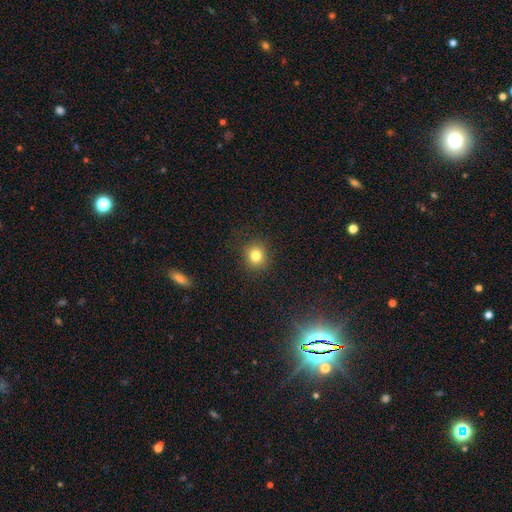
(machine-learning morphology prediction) Smooth or featured: smooth — 81% (star or artifact — 12%)
How rounded: round — 87% (in between — 12%)
Merging: none — 89% (minor disturbance — 7%)